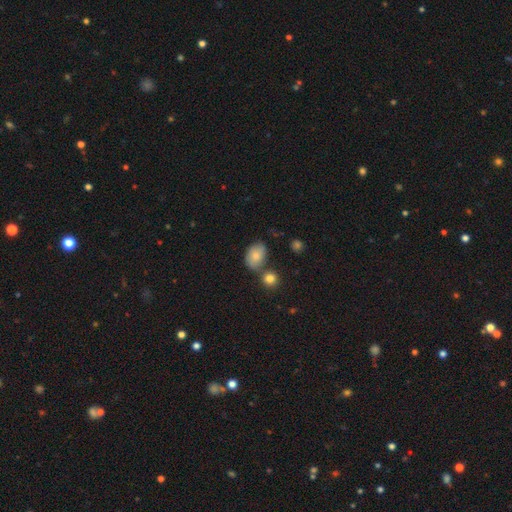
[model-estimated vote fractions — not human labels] Q: Smooth or featured?
A: smooth (78%); runner-up: featured or disk (14%)
Q: How rounded?
A: in between (78%); runner-up: round (21%)
Q: Merging?
A: none (56%); runner-up: minor disturbance (19%)